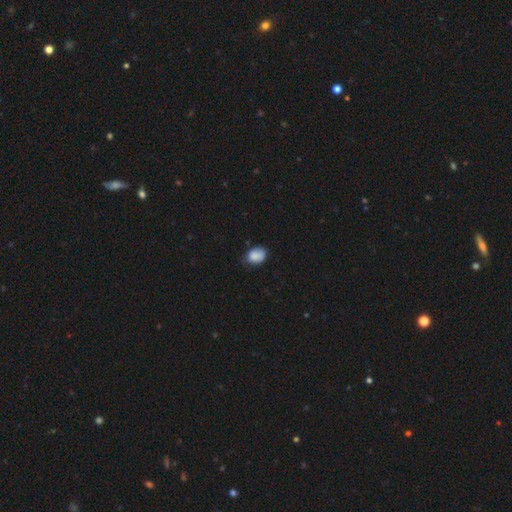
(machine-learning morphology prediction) smooth-or-featured: smooth: 82% | featured or disk: 9% | star or artifact: 9%
  how-rounded: in between: 69% | round: 30% | cigar-shaped: 1%
  merging: none: 54% | minor disturbance: 36% | major disturbance: 7% | merger: 3%